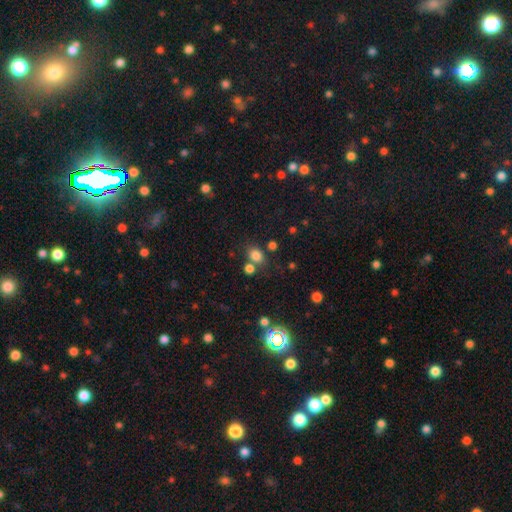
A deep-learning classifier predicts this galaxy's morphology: A smooth galaxy with no disk features (79%) that is round (51%). Merging: none (64%).